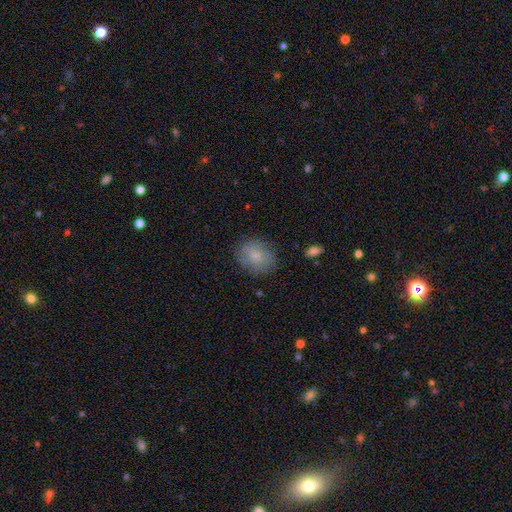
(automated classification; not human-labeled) This appears to be a smooth galaxy with no disk features (78%) that is round (55%). Merging: none (79%).